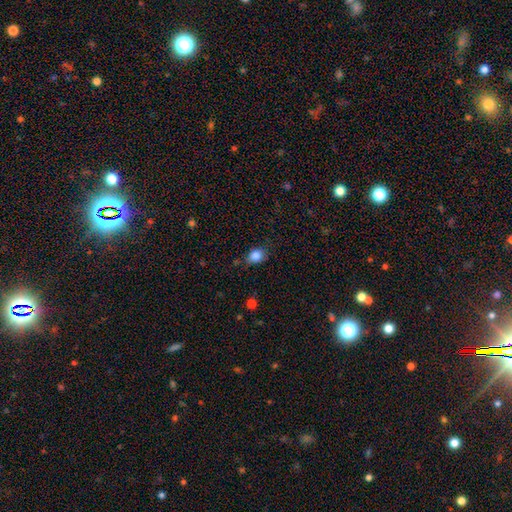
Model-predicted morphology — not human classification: A smooth galaxy with no disk features (85%) that is in between round and cigar-shaped (52%).

Vote fractions:
- Smooth or featured? smooth: 85% / star or artifact: 10% / featured or disk: 5%
- How rounded? in between: 52% / round: 46% / cigar-shaped: 1%
- Merging? none: 69% / minor disturbance: 23% / major disturbance: 5% / merger: 3%